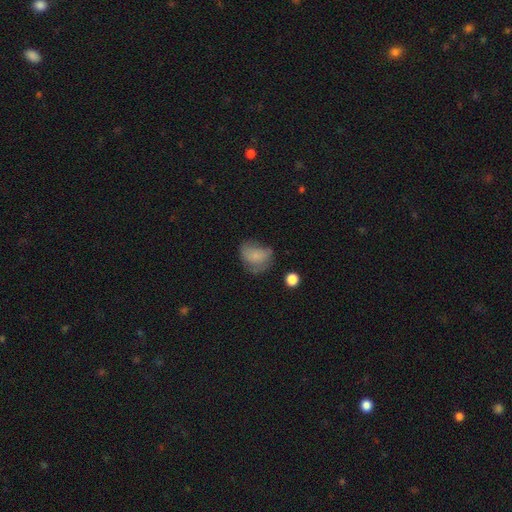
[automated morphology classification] The model was most divided on "merging": none: 37%, minor disturbance: 34%, major disturbance: 25%, merger: 4%. More confident: smooth or featured — smooth (68%); how rounded — in between (63%).